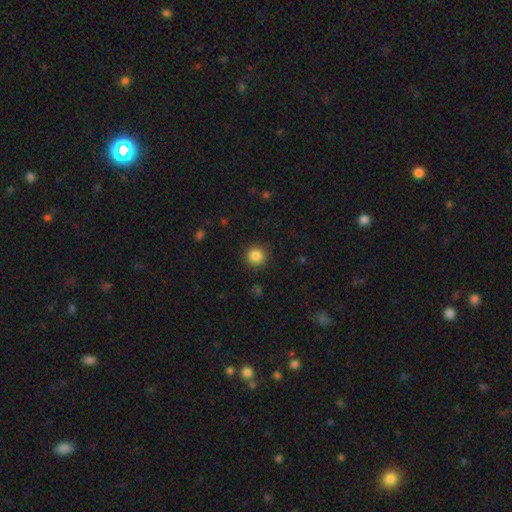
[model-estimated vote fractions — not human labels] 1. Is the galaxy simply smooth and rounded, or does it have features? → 85% smooth, 11% star or artifact, 4% featured or disk.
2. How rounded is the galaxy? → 94% round, 5% in between, 1% cigar-shaped.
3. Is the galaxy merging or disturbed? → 90% none, 7% minor disturbance, 2% major disturbance, 1% merger.